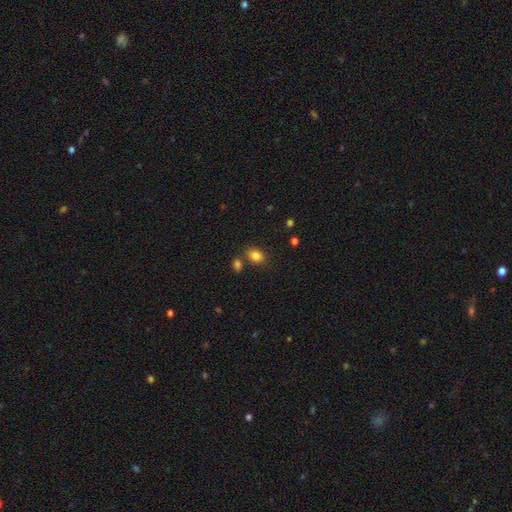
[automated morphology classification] Overall: smooth (84%). How rounded: in between (65%; round 34%). Merging: none (71%).